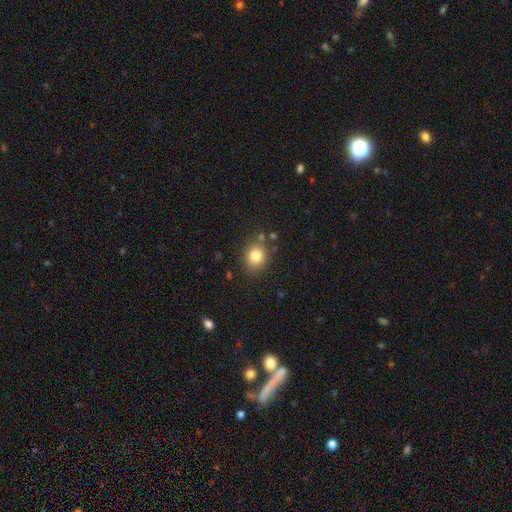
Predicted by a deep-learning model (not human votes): Q: Smooth or featured?
A: smooth (81%); runner-up: star or artifact (11%)
Q: How rounded?
A: round (79%); runner-up: in between (21%)
Q: Merging?
A: none (81%); runner-up: minor disturbance (11%)